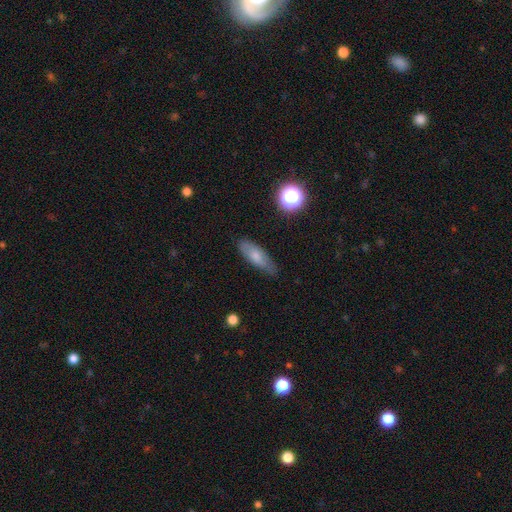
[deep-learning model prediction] Smooth or featured?
  - smooth: 70% *
  - featured or disk: 22%
  - star or artifact: 8%
How rounded?
  - in between: 63% *
  - cigar-shaped: 34%
  - round: 3%
Merging?
  - none: 71% *
  - minor disturbance: 23%
  - major disturbance: 4%
  - merger: 1%